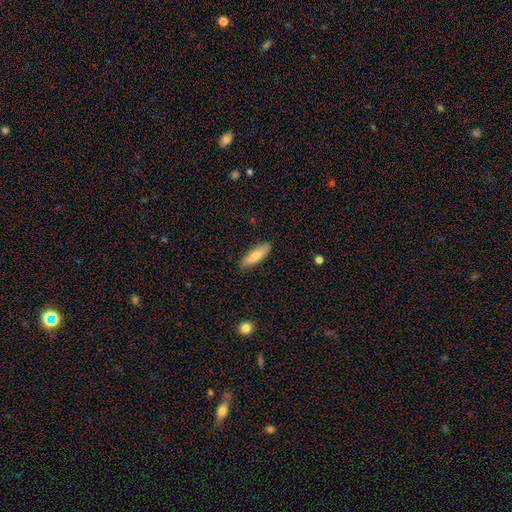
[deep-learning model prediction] This is likely a smooth galaxy (77%). How rounded: possibly cigar-shaped (54%). Merging: clearly none (86%).